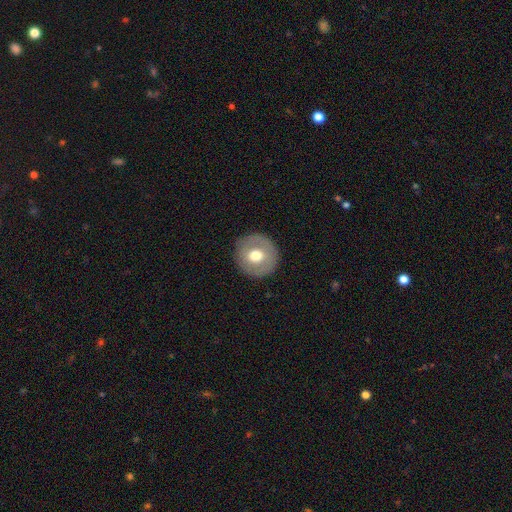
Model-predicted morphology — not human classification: Overall: smooth (61%; featured or disk 32%). How rounded: round (93%). Merging: none (89%).